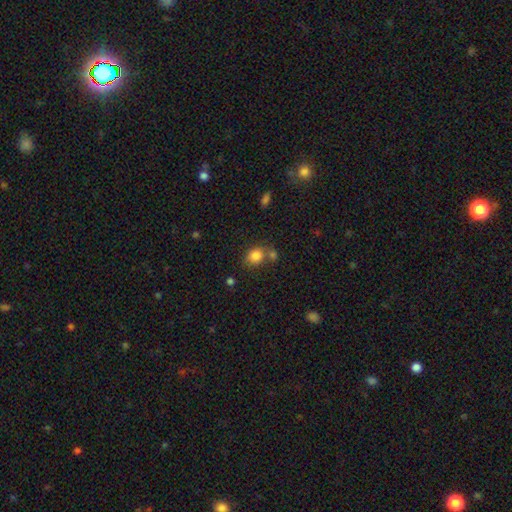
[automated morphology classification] Smooth or featured? Predicted: smooth (p=0.83). How rounded? Predicted: round (p=0.63). Merging? Predicted: none (p=0.53).